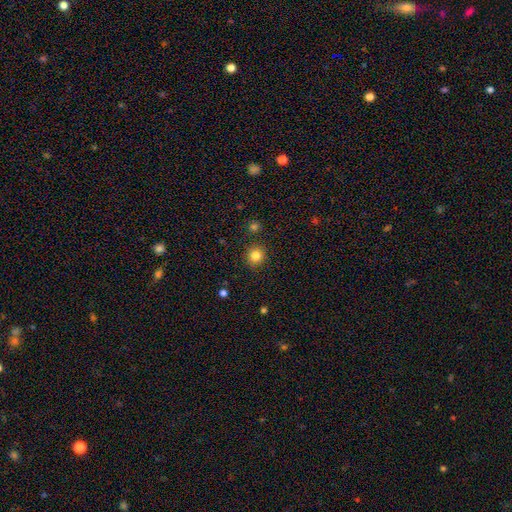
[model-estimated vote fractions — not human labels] smooth_or_featured: smooth (p=0.83) [alt: star or artifact p=0.12]
how_rounded: round (p=0.90) [alt: in between p=0.09]
merging: none (p=0.89) [alt: minor disturbance p=0.06]